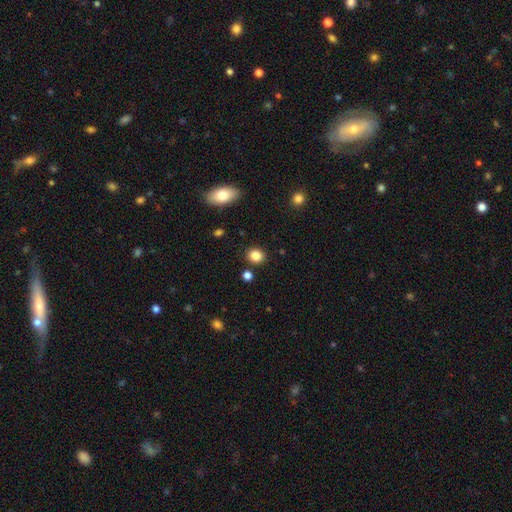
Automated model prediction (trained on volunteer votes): This is clearly a smooth galaxy (85%). How rounded: likely round (71%). Merging: clearly none (87%).